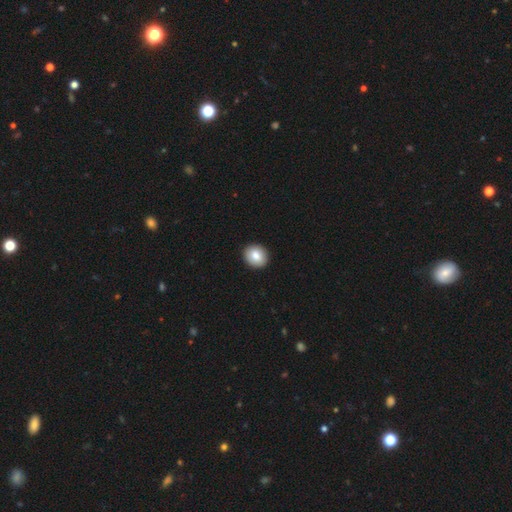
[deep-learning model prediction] Smooth or featured: smooth — 84% (featured or disk — 8%)
How rounded: round — 79% (in between — 20%)
Merging: none — 93% (minor disturbance — 5%)